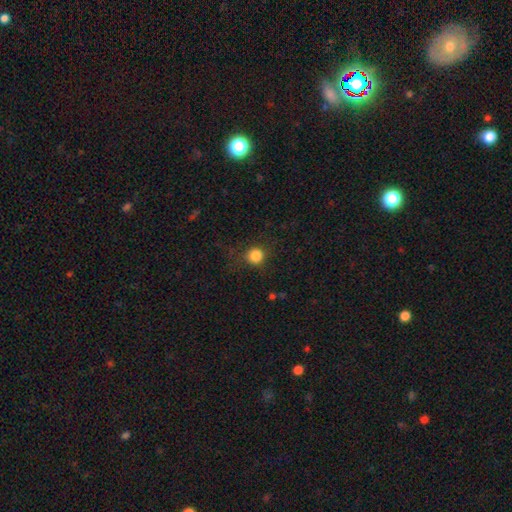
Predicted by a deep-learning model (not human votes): smooth_or_featured: smooth (p=0.83) [alt: star or artifact p=0.12]
how_rounded: round (p=0.93) [alt: in between p=0.06]
merging: none (p=0.85) [alt: minor disturbance p=0.10]